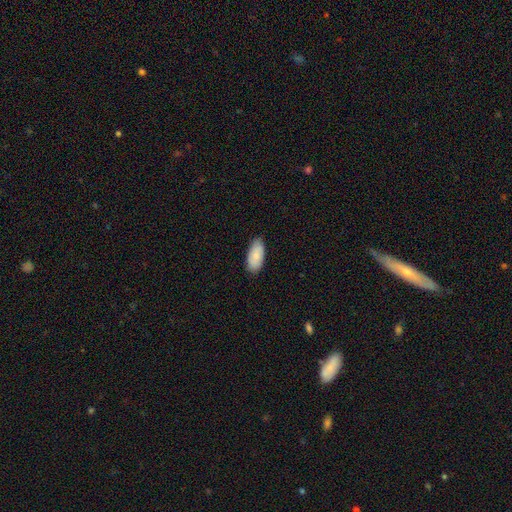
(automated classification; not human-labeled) smooth 85%, featured or disk 10%, star or artifact 6%. Down the decision tree: how rounded — in between (92%); merging — none (84%).